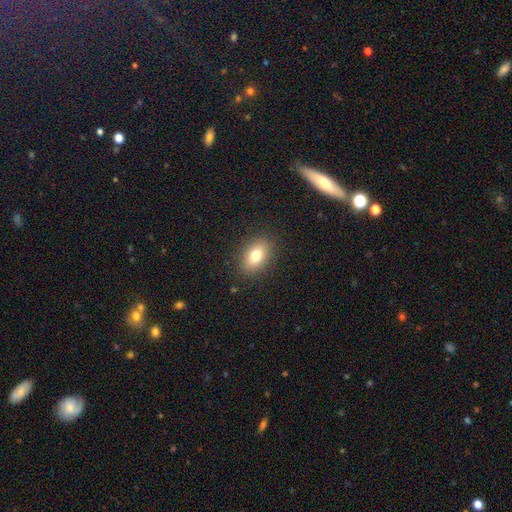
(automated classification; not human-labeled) Smooth or featured?
  - smooth: 76% *
  - featured or disk: 14%
  - star or artifact: 10%
How rounded?
  - in between: 83% *
  - round: 14%
  - cigar-shaped: 3%
Merging?
  - none: 88% *
  - minor disturbance: 8%
  - major disturbance: 3%
  - merger: 1%